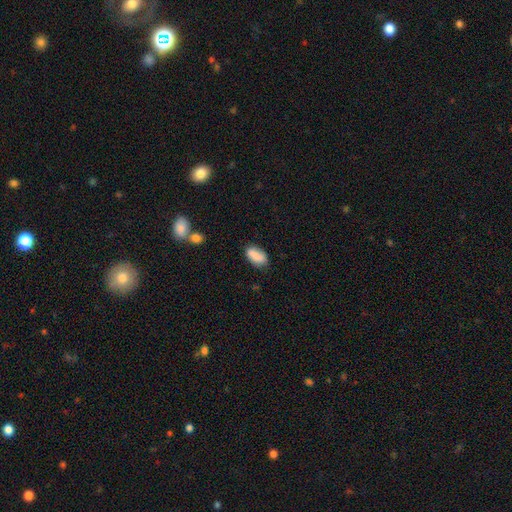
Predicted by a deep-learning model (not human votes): smooth_or_featured: smooth (p=0.81) [alt: featured or disk p=0.11]
how_rounded: in between (p=0.92) [alt: round p=0.04]
merging: none (p=0.76) [alt: minor disturbance p=0.17]